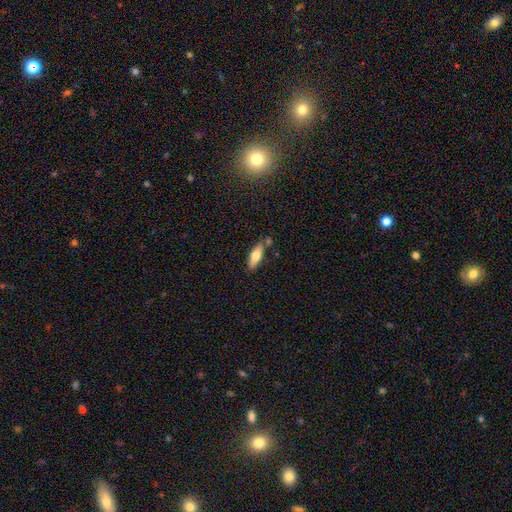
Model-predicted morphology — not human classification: Smooth or featured: smooth — 66% (featured or disk — 27%)
How rounded: in between — 57% (cigar-shaped — 41%)
Merging: none — 71% (minor disturbance — 15%)